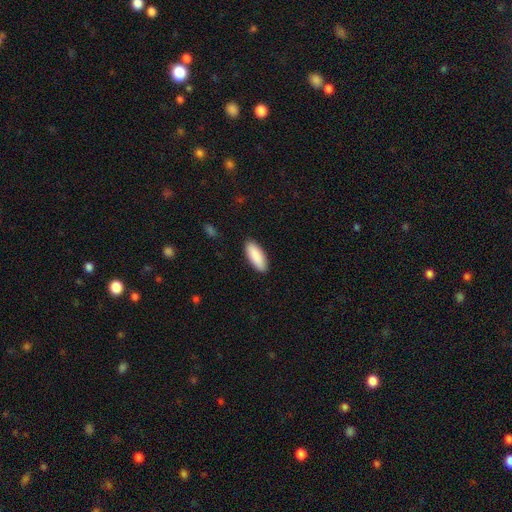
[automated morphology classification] This appears to be a smooth galaxy with no disk features (90%) that is in between round and cigar-shaped (75%). Merging: none (90%).